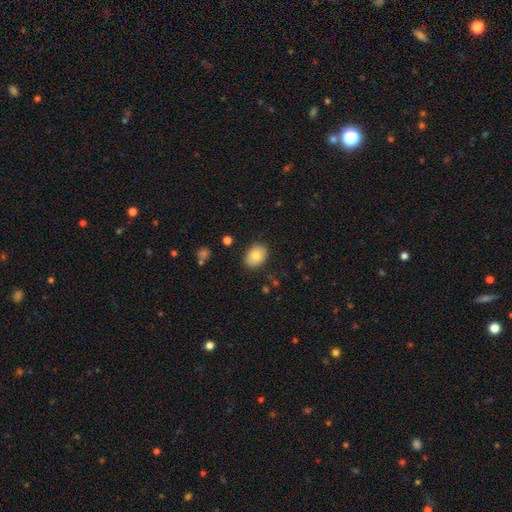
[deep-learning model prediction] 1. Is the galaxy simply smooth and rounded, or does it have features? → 80% smooth, 13% featured or disk, 7% star or artifact.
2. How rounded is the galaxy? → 73% in between, 26% round, 1% cigar-shaped.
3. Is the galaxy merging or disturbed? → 85% none, 11% minor disturbance, 2% major disturbance, 1% merger.